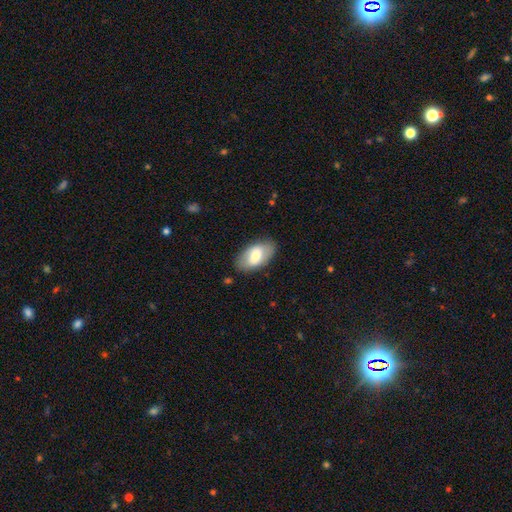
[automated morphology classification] Smooth or featured?
  - smooth: 63% *
  - featured or disk: 32%
  - star or artifact: 6%
How rounded?
  - in between: 94% *
  - round: 4%
  - cigar-shaped: 2%
Merging?
  - none: 83% *
  - minor disturbance: 13%
  - major disturbance: 4%
  - merger: 1%